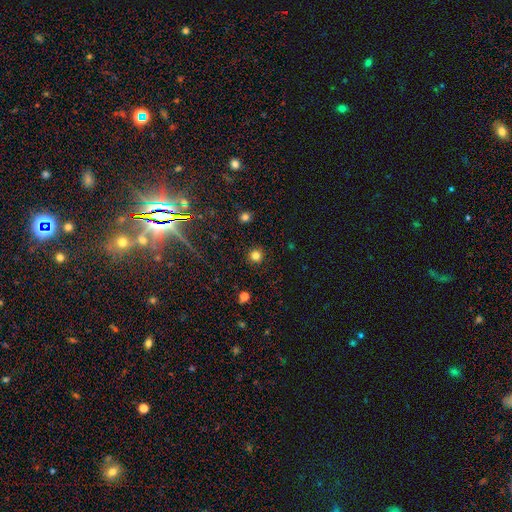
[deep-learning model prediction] The model was most divided on "smooth or featured": smooth: 79%, star or artifact: 16%, featured or disk: 5%. More confident: how rounded — round (95%); merging — none (92%).